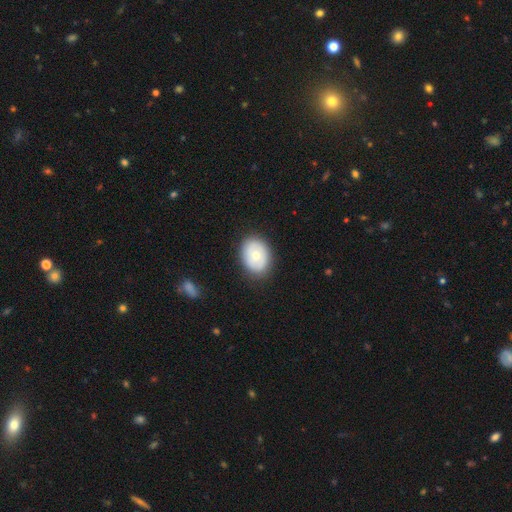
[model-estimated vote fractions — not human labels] Smooth or featured?
  - smooth: 60% *
  - featured or disk: 34%
  - star or artifact: 7%
How rounded?
  - in between: 62% *
  - round: 37%
  - cigar-shaped: 1%
Merging?
  - none: 84% *
  - minor disturbance: 12%
  - major disturbance: 3%
  - merger: 1%